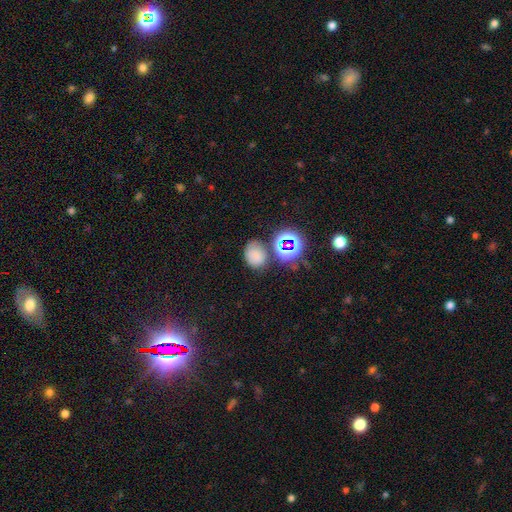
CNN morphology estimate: Smooth or featured?
  - smooth: 67% *
  - star or artifact: 24%
  - featured or disk: 9%
How rounded?
  - in between: 62% *
  - round: 37%
  - cigar-shaped: 1%
Merging?
  - none: 66% *
  - minor disturbance: 17%
  - merger: 11%
  - major disturbance: 6%